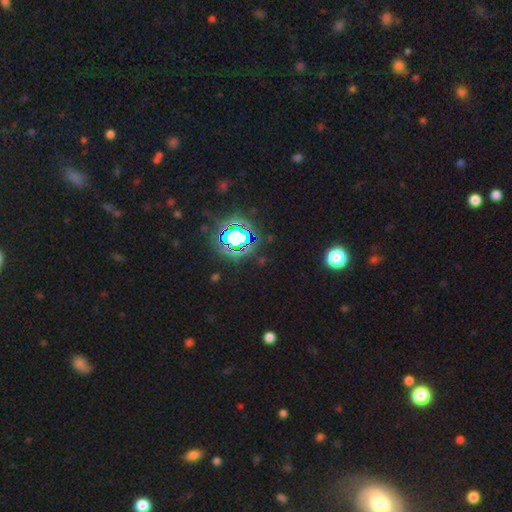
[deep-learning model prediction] Smooth or featured: star or artifact — 78% (smooth — 14%)